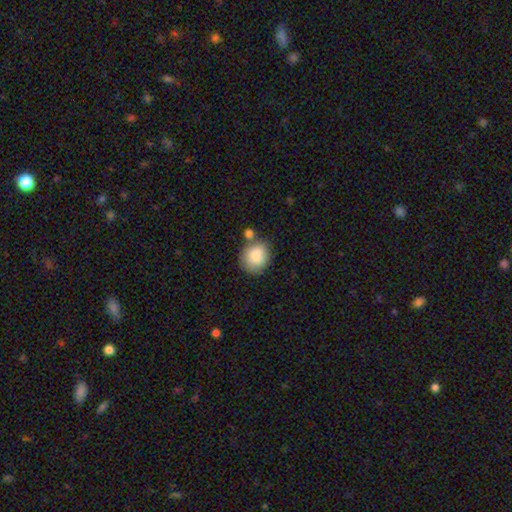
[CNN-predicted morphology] The model was most divided on "merging": none: 60%, merger: 18%, minor disturbance: 17%, major disturbance: 5%. More confident: smooth or featured — smooth (84%); how rounded — round (72%).